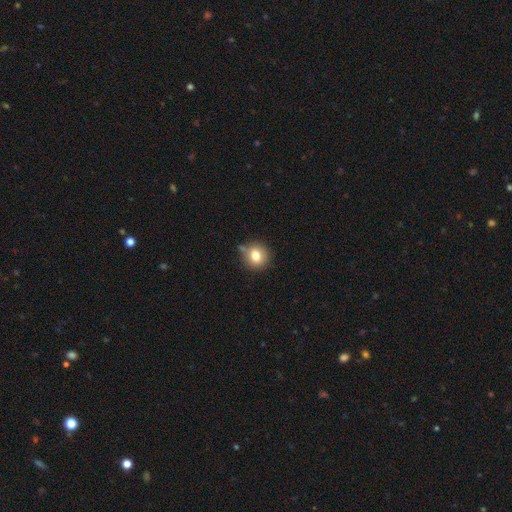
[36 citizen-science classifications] Overall: smooth (81%). How rounded: round (83%). Merging: none (83%).